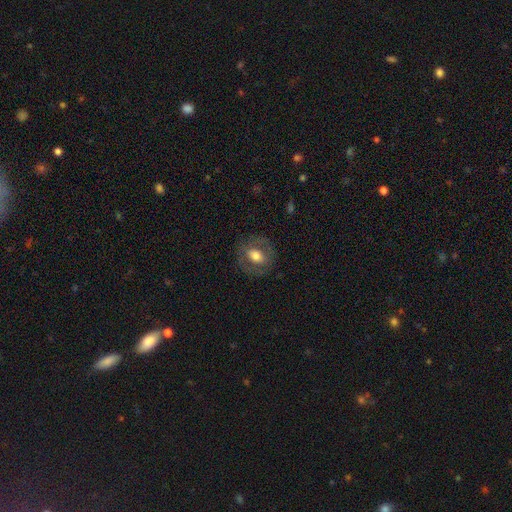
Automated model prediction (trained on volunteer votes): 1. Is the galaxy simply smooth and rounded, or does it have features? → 57% smooth, 35% featured or disk, 8% star or artifact.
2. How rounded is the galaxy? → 51% round, 48% in between, 2% cigar-shaped.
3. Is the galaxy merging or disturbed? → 78% none, 13% minor disturbance, 8% major disturbance, 1% merger.